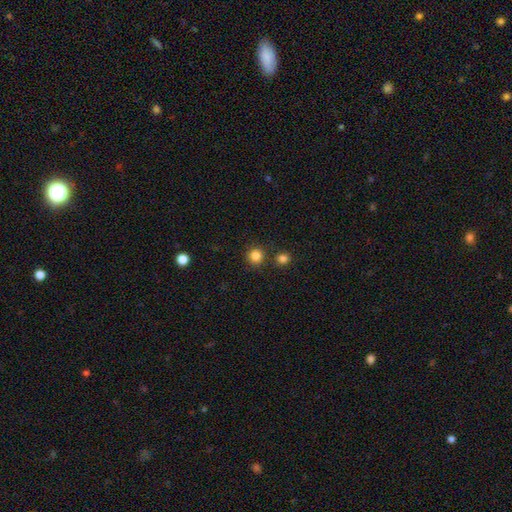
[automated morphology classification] A smooth galaxy with no disk features (84%) that is round (92%). Merging: none (83%).